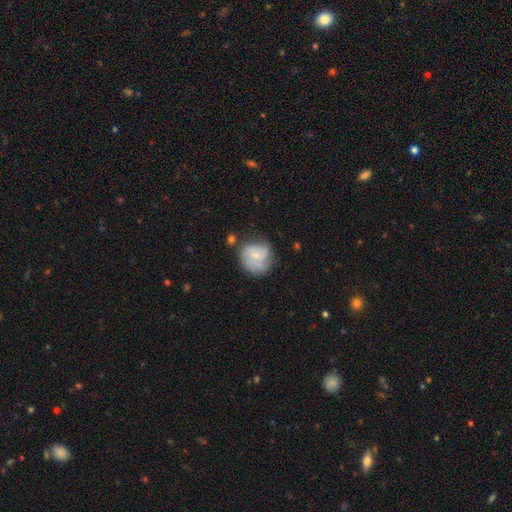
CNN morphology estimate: type=featured or disk (54%); edge-on=no (98%); bar=no (64%); spiral arms=yes (81%); bulge=small (65%); merging=none (55%).